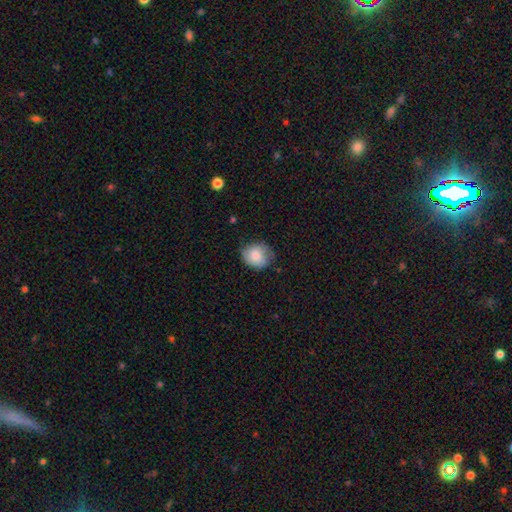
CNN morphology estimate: type=smooth (80%); roundness=round (68%); merging=none (66%).